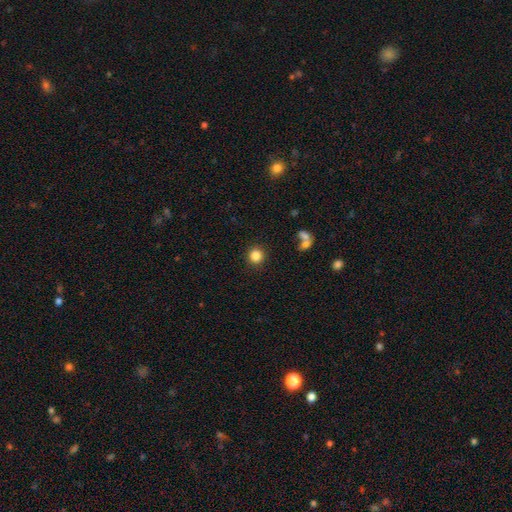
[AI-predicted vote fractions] Smooth or featured? smooth (85%)
How rounded? round (91%)
Merging? none (89%)